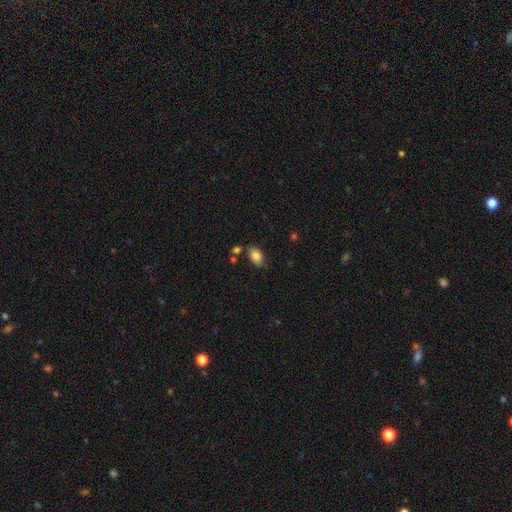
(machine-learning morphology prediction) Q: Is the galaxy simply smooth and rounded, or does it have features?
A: smooth — 85%.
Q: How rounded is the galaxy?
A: in between — 90%.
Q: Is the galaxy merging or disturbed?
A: none — 75%.